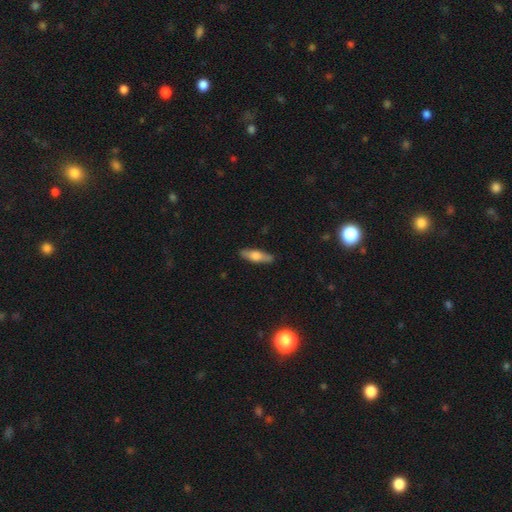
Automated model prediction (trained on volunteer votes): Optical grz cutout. It shows a smooth galaxy with no disk features (60%) that is cigar-shaped (52%). Merging: none (87%).